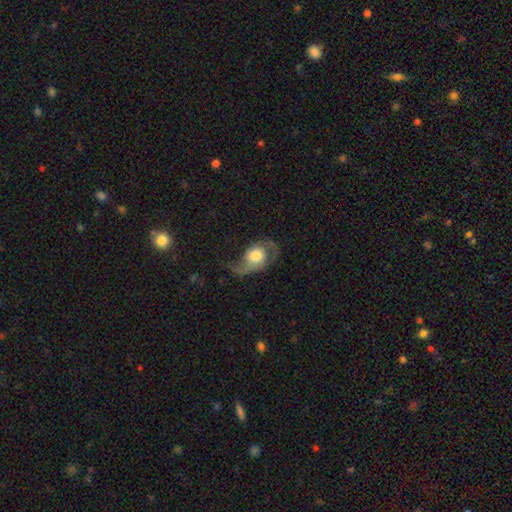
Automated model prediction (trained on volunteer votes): smooth_or_featured: featured or disk (p=0.68) [alt: smooth p=0.25]
disk_edge_on: no (p=0.96) [alt: yes p=0.04]
bar: no (p=0.72) [alt: weak p=0.23]
has_spiral_arms: yes (p=0.87) [alt: no p=0.13]
spiral_winding: loose (p=0.63) [alt: medium p=0.29]
spiral_arm_count: 2 (p=0.72) [alt: 1 p=0.21]
bulge_size: large (p=0.42) [alt: moderate p=0.39]
merging: none (p=0.40) [alt: major disturbance p=0.36]